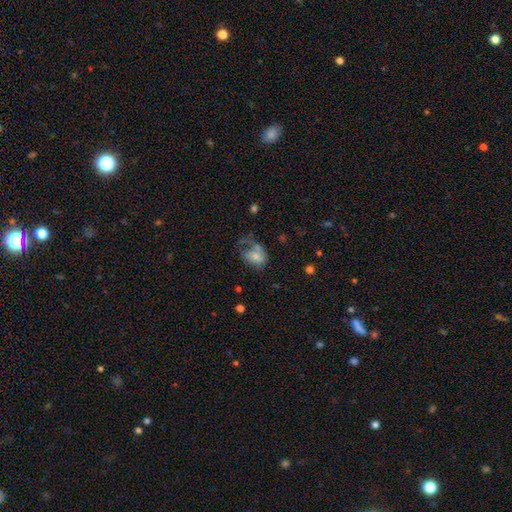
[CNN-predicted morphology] smooth 56%, featured or disk 34%, star or artifact 10%. Down the decision tree: how rounded — in between (75%); merging — major disturbance (47%).